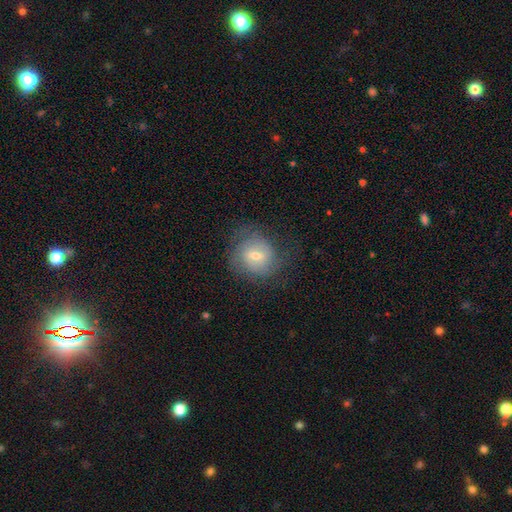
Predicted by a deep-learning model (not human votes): This is possibly a smooth galaxy (50%). Merging: likely none (64%).